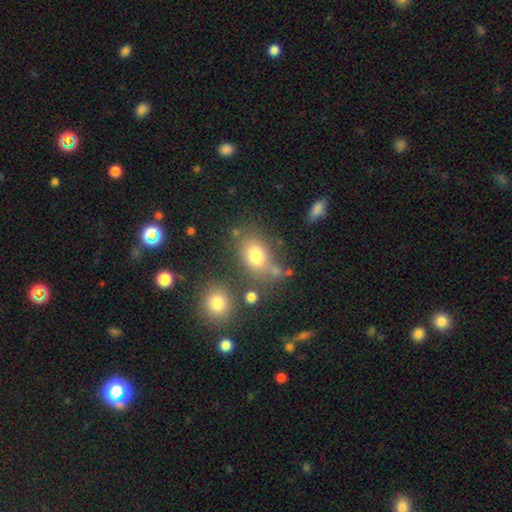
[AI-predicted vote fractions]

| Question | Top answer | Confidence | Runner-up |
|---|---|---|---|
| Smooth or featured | smooth | 75% | star or artifact (13%) |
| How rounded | in between | 69% | round (29%) |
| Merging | none | 63% | minor disturbance (15%) |